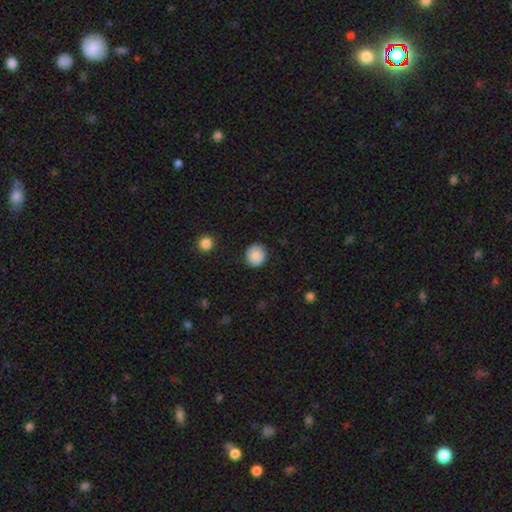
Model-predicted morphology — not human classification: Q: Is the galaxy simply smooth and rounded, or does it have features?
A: smooth — 86%.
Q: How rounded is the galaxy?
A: round — 89%.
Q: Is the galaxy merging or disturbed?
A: none — 88%.